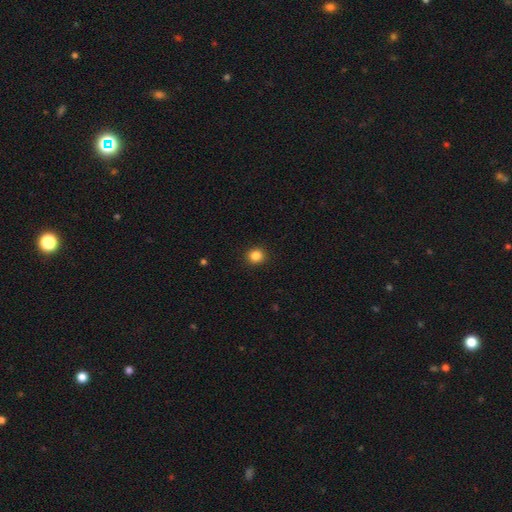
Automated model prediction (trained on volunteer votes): smooth_or_featured: smooth (p=0.85) [alt: star or artifact p=0.12]
how_rounded: round (p=0.88) [alt: in between p=0.12]
merging: none (p=0.92) [alt: minor disturbance p=0.05]